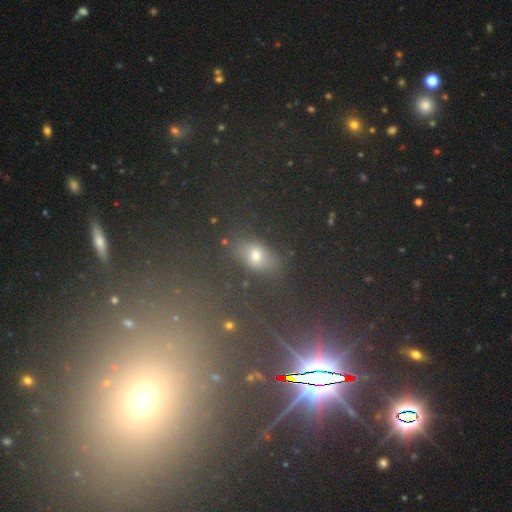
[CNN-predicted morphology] A smooth galaxy with no disk features (51%) that is in between round and cigar-shaped (83%).

Vote fractions:
- Smooth or featured? smooth: 51% / star or artifact: 37% / featured or disk: 12%
- How rounded? in between: 83% / round: 12% / cigar-shaped: 5%
- Merging? none: 87% / minor disturbance: 8% / major disturbance: 3% / merger: 2%